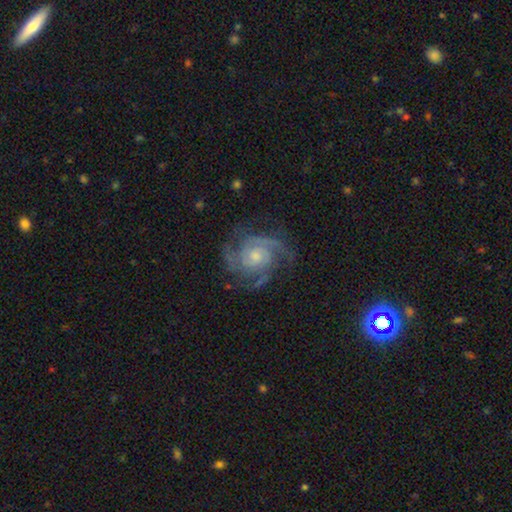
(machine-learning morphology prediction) smooth_or_featured: featured or disk (p=0.89) [alt: star or artifact p=0.06]
disk_edge_on: no (p=0.98) [alt: yes p=0.02]
bar: no (p=0.74) [alt: weak p=0.21]
has_spiral_arms: yes (p=0.98) [alt: no p=0.02]
spiral_winding: tight (p=0.55) [alt: medium p=0.39]
spiral_arm_count: 3 (p=0.44) [alt: 2 p=0.23]
bulge_size: small (p=0.46) [tied with: moderate p=0.46]
merging: none (p=0.74) [alt: minor disturbance p=0.16]